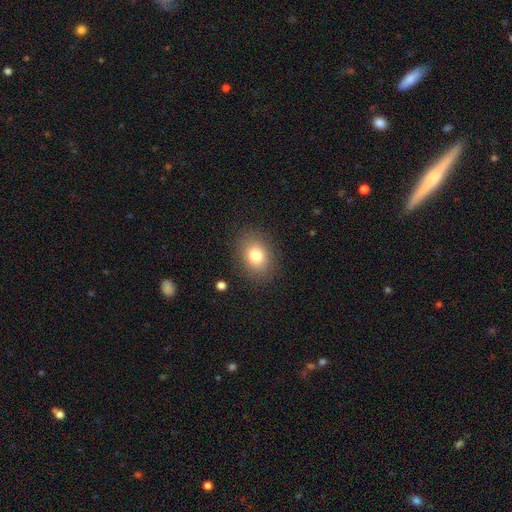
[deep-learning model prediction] Smooth or featured? Predicted: smooth (p=0.80). How rounded? Predicted: in between (p=0.60). Merging? Predicted: none (p=0.86).